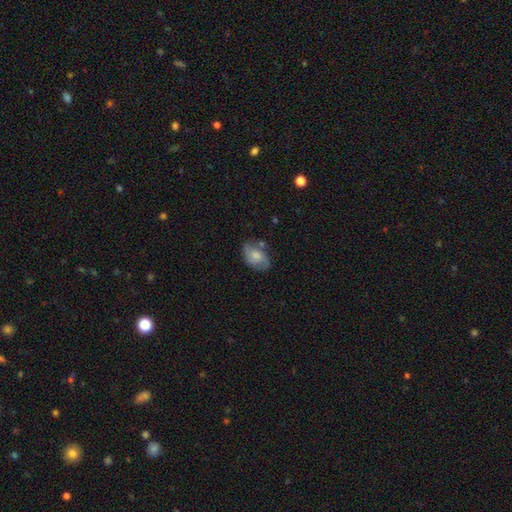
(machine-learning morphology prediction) The model was most divided on "smooth or featured": smooth: 50%, featured or disk: 42%, star or artifact: 8%. More confident: merging — none (62%).